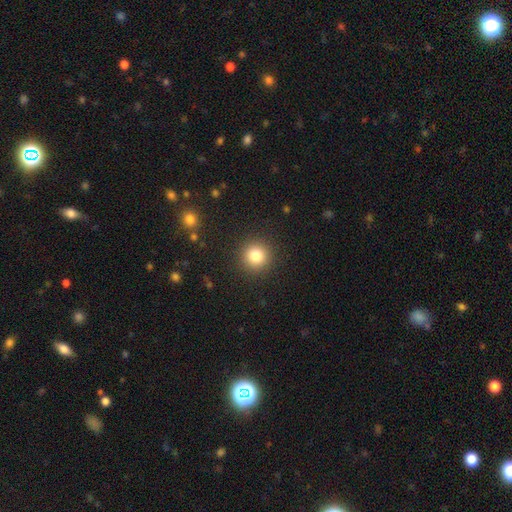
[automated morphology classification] smooth 82%, star or artifact 12%, featured or disk 7%. Down the decision tree: how rounded — round (94%); merging — none (91%).